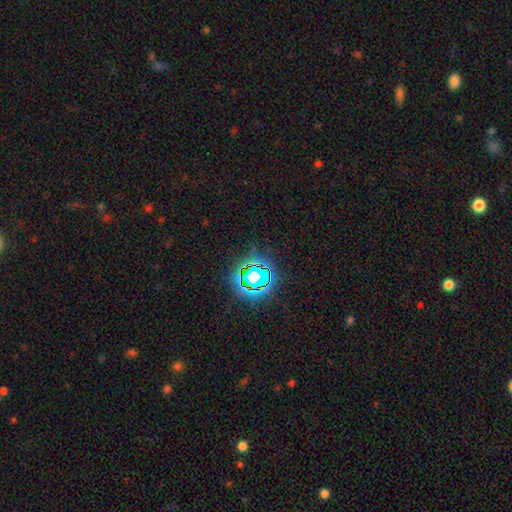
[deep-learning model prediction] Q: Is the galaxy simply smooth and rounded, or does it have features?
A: star or artifact — 77%.